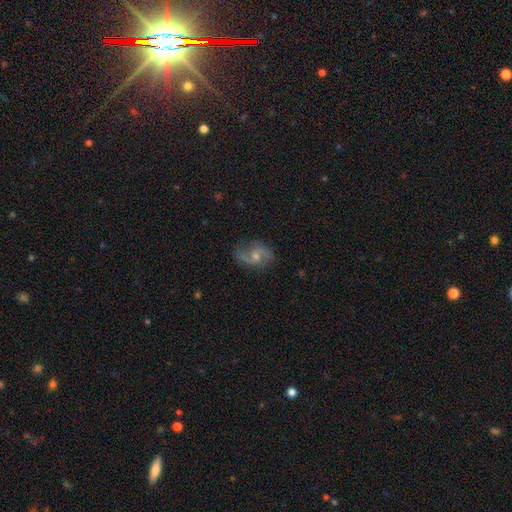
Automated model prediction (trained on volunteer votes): Smooth or featured? featured or disk (76%)
Edge-on disk? no (97%)
Bar? no (50%)
Spiral arms? yes (92%)
Spiral winding? medium (46%)
Spiral arm count? 2 (86%)
Bulge size? moderate (54%)
Merging? none (77%)